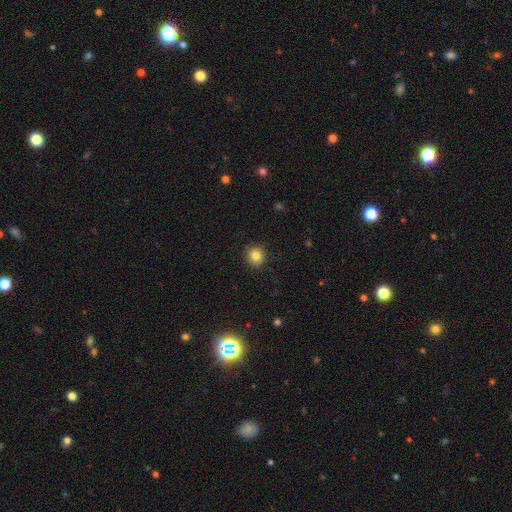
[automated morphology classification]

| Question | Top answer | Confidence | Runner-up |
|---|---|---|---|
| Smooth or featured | smooth | 84% | star or artifact (10%) |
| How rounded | round | 85% | in between (14%) |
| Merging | none | 90% | minor disturbance (7%) |